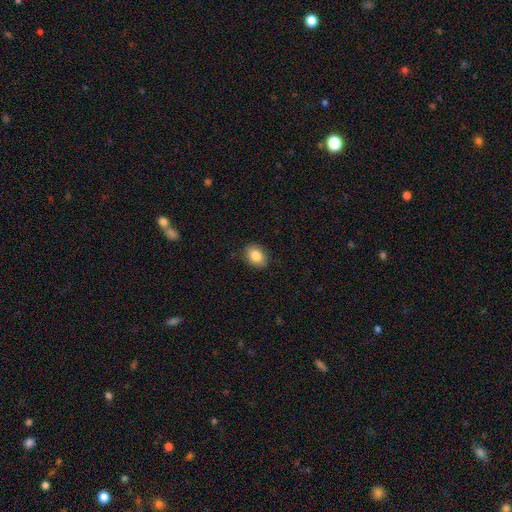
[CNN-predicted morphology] Q: Smooth or featured?
A: smooth (85%); runner-up: star or artifact (8%)
Q: How rounded?
A: in between (71%); runner-up: round (28%)
Q: Merging?
A: none (88%); runner-up: minor disturbance (9%)